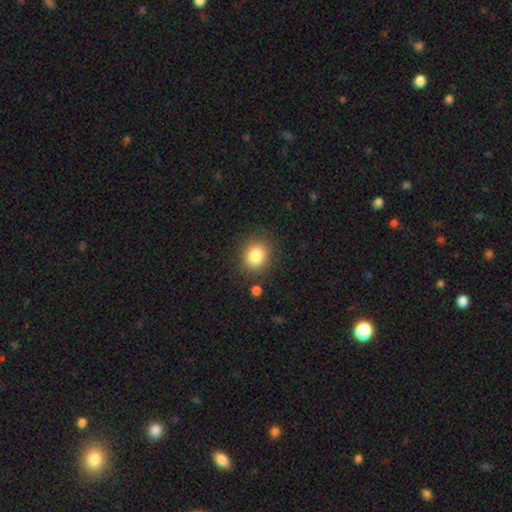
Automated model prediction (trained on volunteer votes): A smooth galaxy with no disk features (84%) that is round (72%). Merging: none (84%).